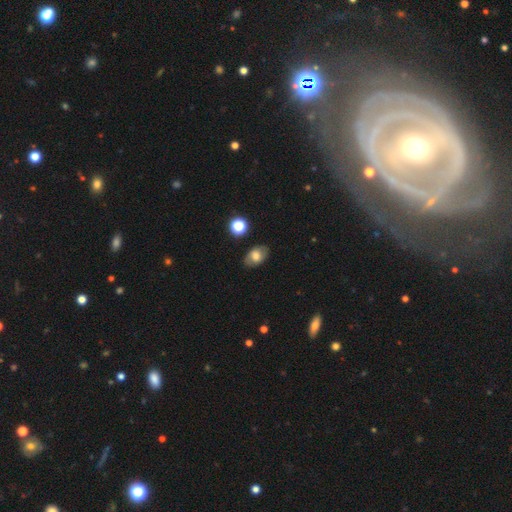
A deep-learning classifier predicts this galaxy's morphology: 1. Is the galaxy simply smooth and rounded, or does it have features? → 63% smooth, 26% featured or disk, 10% star or artifact.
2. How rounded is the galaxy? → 81% in between, 17% round, 1% cigar-shaped.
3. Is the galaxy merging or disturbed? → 82% none, 13% minor disturbance, 3% major disturbance, 2% merger.